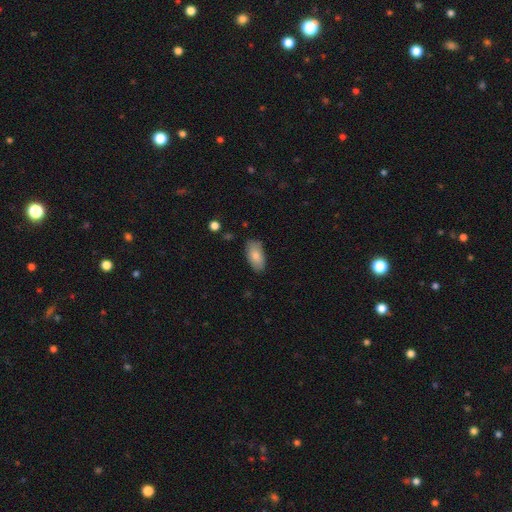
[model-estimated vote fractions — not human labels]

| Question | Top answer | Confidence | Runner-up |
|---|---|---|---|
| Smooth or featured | smooth | 84% | featured or disk (10%) |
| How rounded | in between | 94% | cigar-shaped (3%) |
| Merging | none | 82% | minor disturbance (14%) |